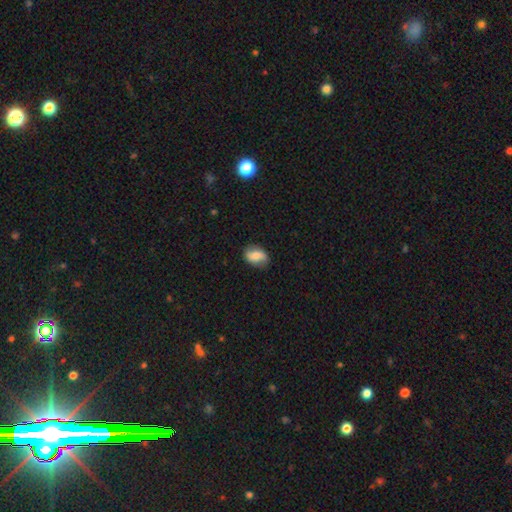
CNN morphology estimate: smooth 71%, featured or disk 21%, star or artifact 8%. Down the decision tree: how rounded — in between (80%); merging — none (77%).